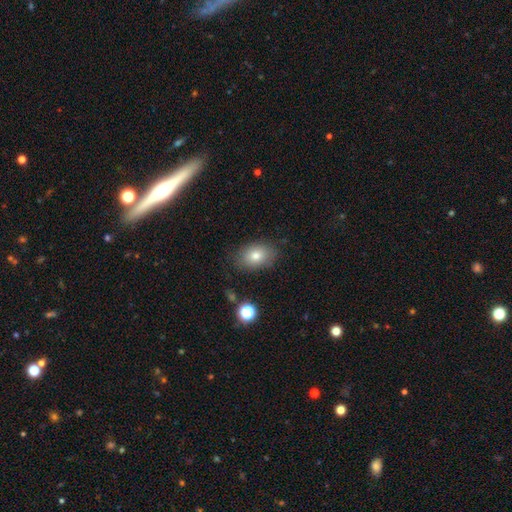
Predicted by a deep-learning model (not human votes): A smooth galaxy with no disk features (78%) that is in between round and cigar-shaped (76%). Merging: none (81%).